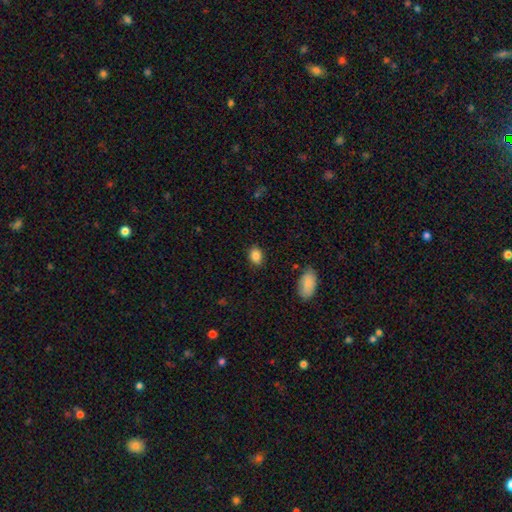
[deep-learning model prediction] Smooth or featured: smooth — 86% (star or artifact — 9%)
How rounded: in between — 69% (round — 29%)
Merging: none — 86% (minor disturbance — 11%)